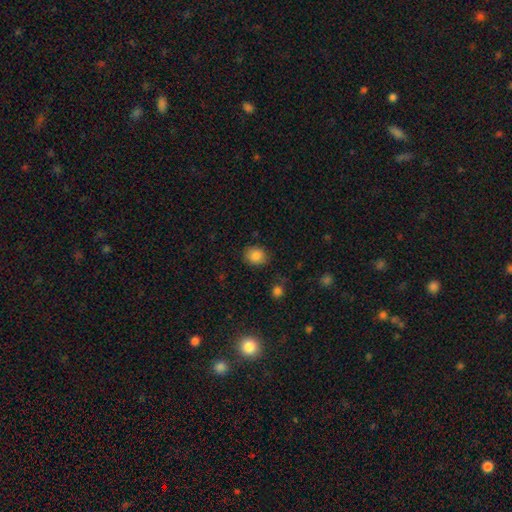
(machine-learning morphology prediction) The model was most divided on "how rounded": round: 61%, in between: 38%, cigar-shaped: 1%. More confident: smooth or featured — smooth (86%); merging — none (82%).